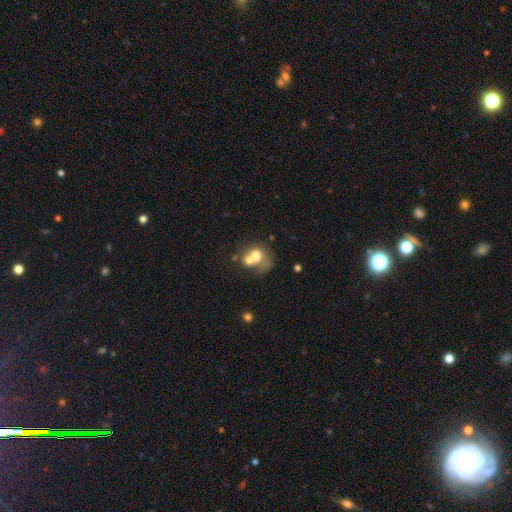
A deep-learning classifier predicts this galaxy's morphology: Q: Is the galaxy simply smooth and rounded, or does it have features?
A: smooth — 62%.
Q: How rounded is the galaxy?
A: round — 63%.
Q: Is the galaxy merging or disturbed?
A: merger — 61%.